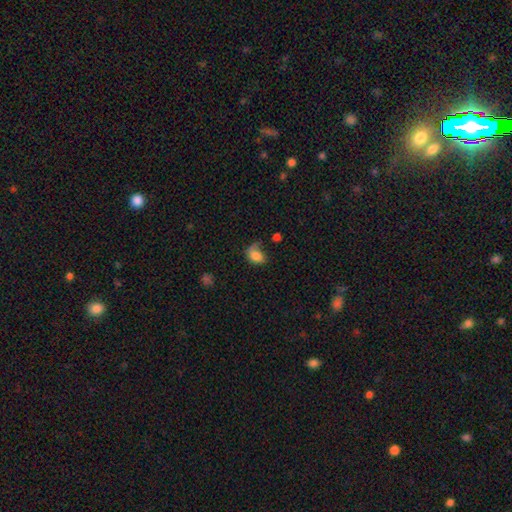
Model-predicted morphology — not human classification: Smooth or featured: smooth — 76% (featured or disk — 14%)
How rounded: in between — 76% (round — 22%)
Merging: none — 33% (major disturbance — 30%)